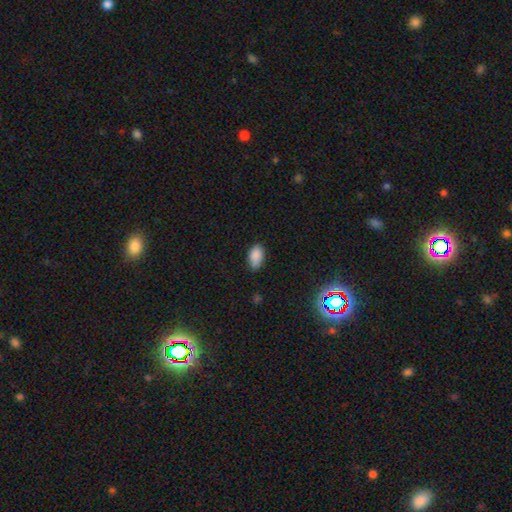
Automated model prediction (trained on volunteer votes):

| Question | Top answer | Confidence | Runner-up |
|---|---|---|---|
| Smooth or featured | smooth | 87% | star or artifact (9%) |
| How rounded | in between | 92% | round (5%) |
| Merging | none | 73% | minor disturbance (23%) |